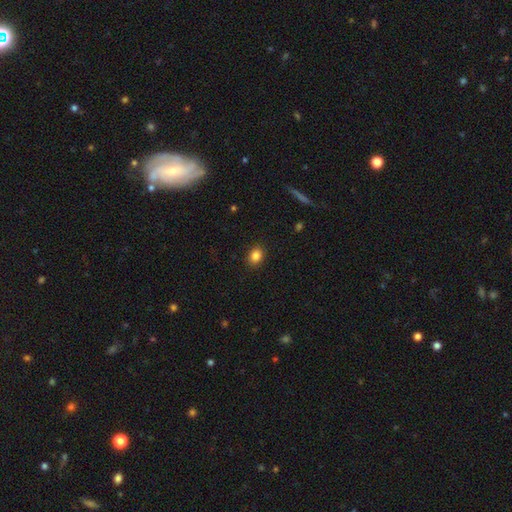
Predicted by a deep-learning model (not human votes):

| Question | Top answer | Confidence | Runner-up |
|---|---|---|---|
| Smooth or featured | smooth | 85% | star or artifact (10%) |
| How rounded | in between | 50% | round (49%) |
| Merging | none | 90% | minor disturbance (7%) |